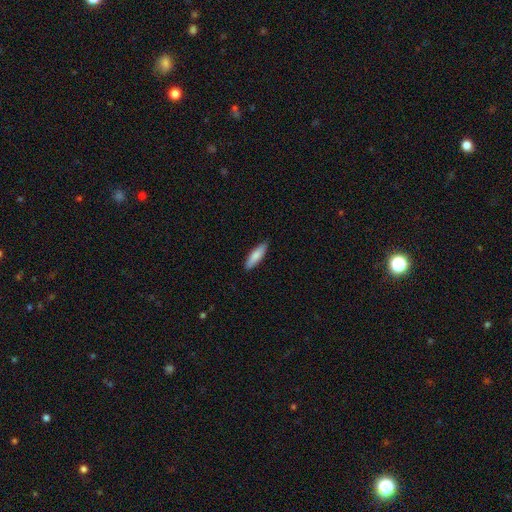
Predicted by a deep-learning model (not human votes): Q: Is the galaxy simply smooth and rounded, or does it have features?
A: smooth — 82%.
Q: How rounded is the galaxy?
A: cigar-shaped — 57%.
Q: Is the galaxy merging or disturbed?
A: none — 88%.